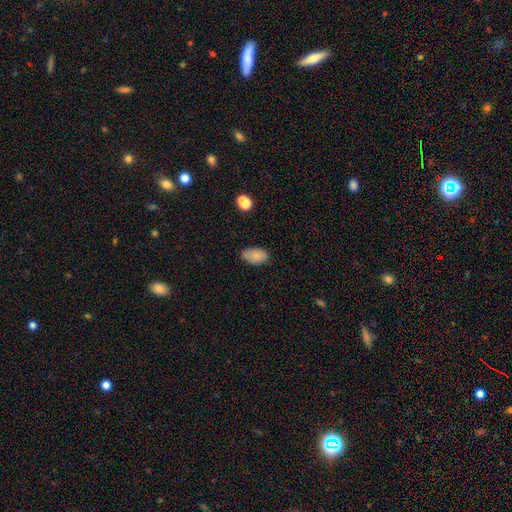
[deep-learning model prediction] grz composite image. It shows a smooth galaxy with no disk features (81%) that is in between round and cigar-shaped (92%). Merging: none (72%).